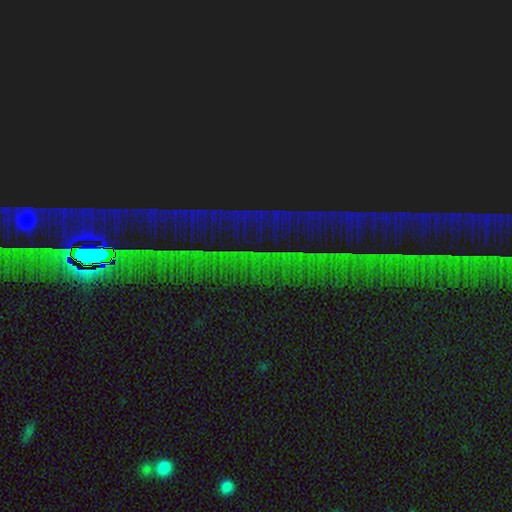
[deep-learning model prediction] Overall: star or artifact (87%).